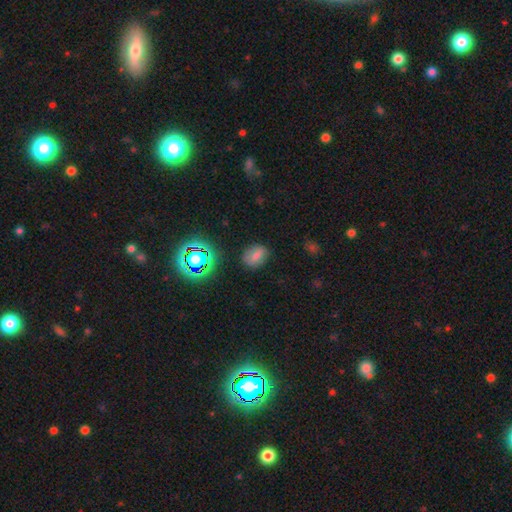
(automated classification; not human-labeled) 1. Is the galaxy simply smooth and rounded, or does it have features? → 72% smooth, 18% star or artifact, 10% featured or disk.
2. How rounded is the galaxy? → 64% in between, 34% round, 2% cigar-shaped.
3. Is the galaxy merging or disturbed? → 80% none, 14% minor disturbance, 4% major disturbance, 2% merger.